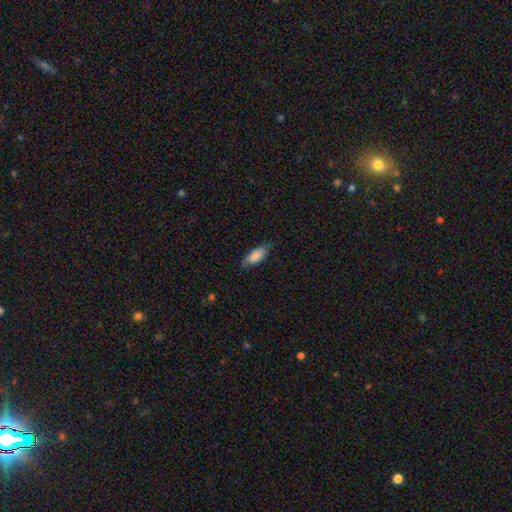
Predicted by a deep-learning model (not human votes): Overall: smooth (83%). How rounded: in between (75%). Merging: none (73%).